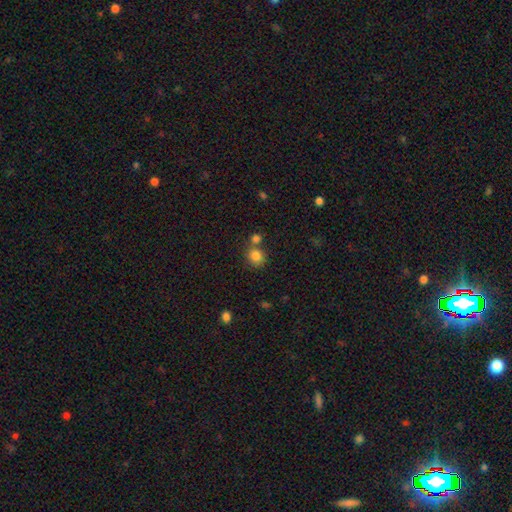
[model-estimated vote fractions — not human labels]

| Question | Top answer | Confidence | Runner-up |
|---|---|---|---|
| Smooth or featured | smooth | 83% | star or artifact (11%) |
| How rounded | round | 80% | in between (19%) |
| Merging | none | 60% | merger (27%) |